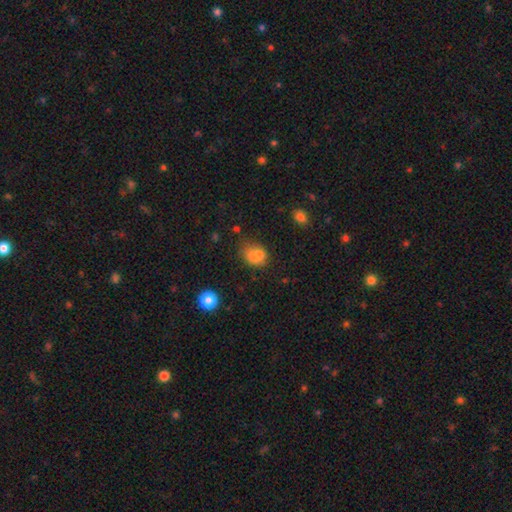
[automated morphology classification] Smooth or featured? smooth (71%)
How rounded? round (51%)
Merging? merger (44%)